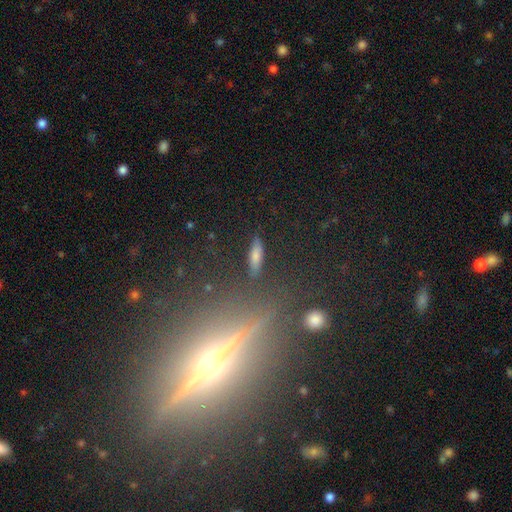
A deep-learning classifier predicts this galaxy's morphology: The model was most divided on "how rounded": cigar-shaped: 59%, in between: 37%, round: 4%. More confident: merging — none (83%); smooth or featured — smooth (72%).